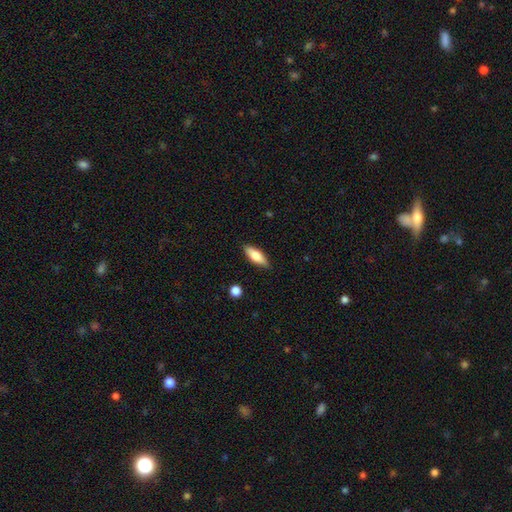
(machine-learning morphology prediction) Q: Smooth or featured?
A: smooth (73%); runner-up: featured or disk (21%)
Q: How rounded?
A: in between (66%); runner-up: cigar-shaped (32%)
Q: Merging?
A: none (87%); runner-up: minor disturbance (10%)